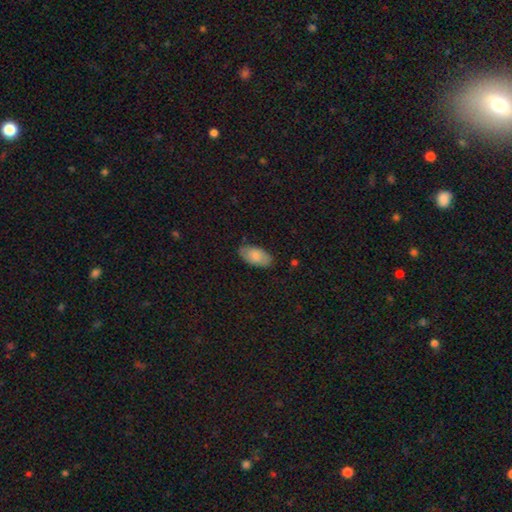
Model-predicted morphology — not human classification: Smooth or featured? smooth (79%)
How rounded? in between (95%)
Merging? none (79%)